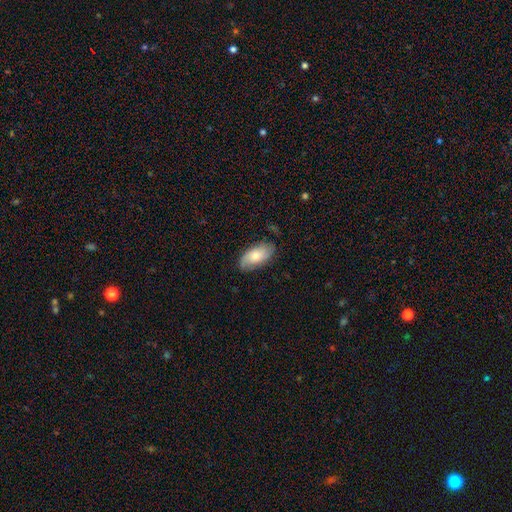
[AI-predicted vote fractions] smooth 62%, featured or disk 32%, star or artifact 7%. Down the decision tree: how rounded — in between (92%); merging — none (75%).